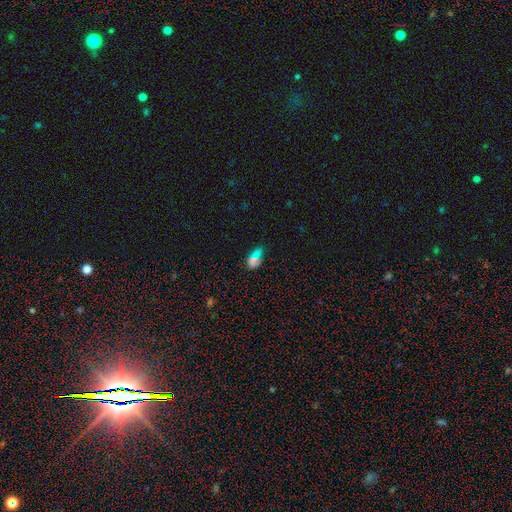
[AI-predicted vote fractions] The model was most divided on "merging": none: 40%, minor disturbance: 29%, major disturbance: 17%, merger: 14%. More confident: how rounded — in between (82%); smooth or featured — smooth (60%).